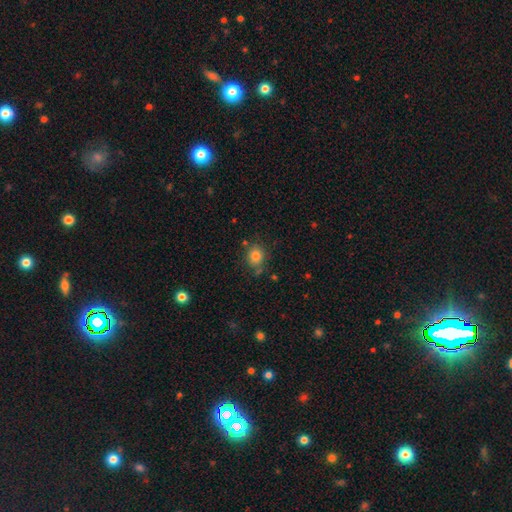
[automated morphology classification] A smooth galaxy with no disk features (81%) that is round (70%). Merging: none (76%).